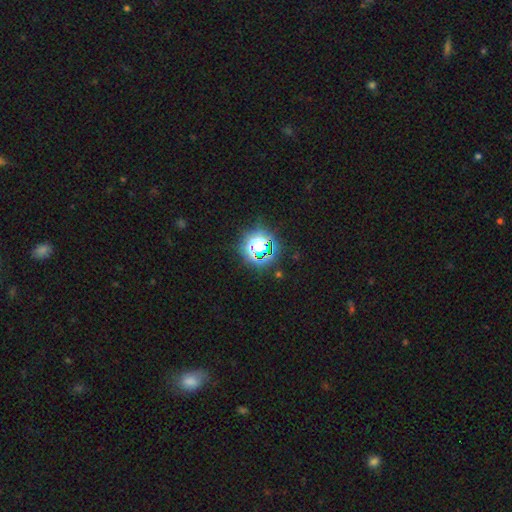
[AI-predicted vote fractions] This is likely a star or artifact rather than a galaxy (70%).